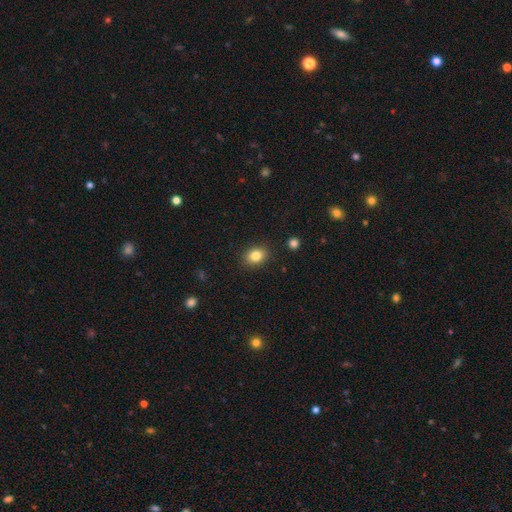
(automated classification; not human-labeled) smooth 84%, star or artifact 10%, featured or disk 6%. Down the decision tree: how rounded — in between (56%); merging — none (88%).